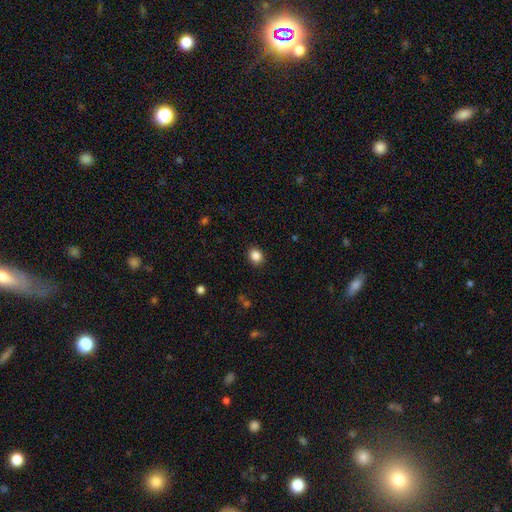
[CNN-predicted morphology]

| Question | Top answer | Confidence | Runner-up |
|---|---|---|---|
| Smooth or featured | smooth | 86% | star or artifact (10%) |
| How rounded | round | 62% | in between (37%) |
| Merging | none | 90% | minor disturbance (7%) |